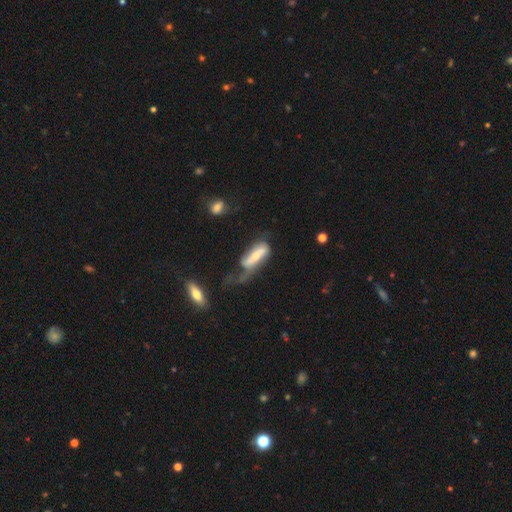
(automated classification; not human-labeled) Q: Smooth or featured?
A: featured or disk (54%); runner-up: smooth (39%)
Q: Edge-on disk?
A: no (75%); runner-up: yes (25%)
Q: Merging?
A: major disturbance (50%); runner-up: none (21%)